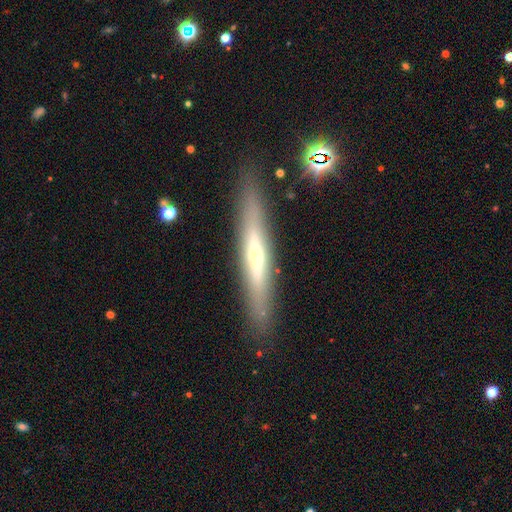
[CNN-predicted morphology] smooth_or_featured: featured or disk (p=0.58) [alt: smooth p=0.34]
disk_edge_on: yes (p=0.90) [alt: no p=0.10]
edge_on_bulge: rounded (p=0.67) [alt: none p=0.25]
merging: none (p=0.88) [alt: minor disturbance p=0.08]